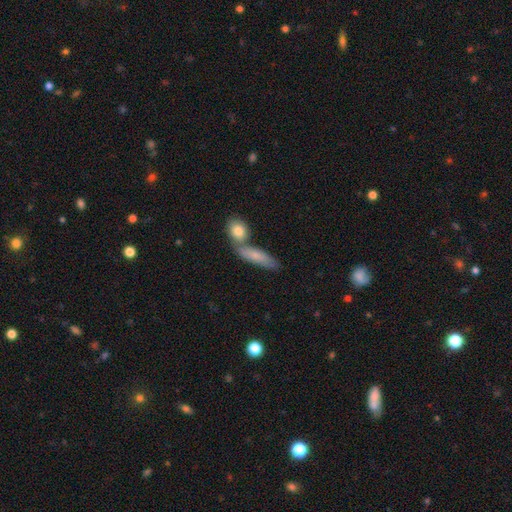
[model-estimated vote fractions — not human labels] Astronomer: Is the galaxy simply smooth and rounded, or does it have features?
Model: smooth — 76%.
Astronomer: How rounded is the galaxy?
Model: cigar-shaped — 54% (runner-up: in between, 41%).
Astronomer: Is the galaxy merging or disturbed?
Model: none — 46% (runner-up: merger, 39%).